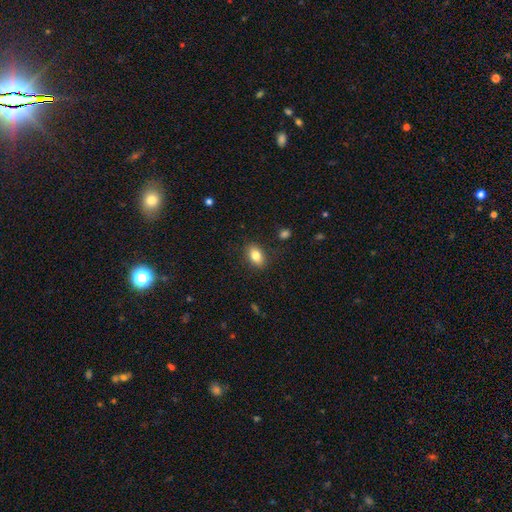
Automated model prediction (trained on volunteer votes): smooth 82%, featured or disk 10%, star or artifact 8%. Down the decision tree: how rounded — in between (86%); merging — none (86%).